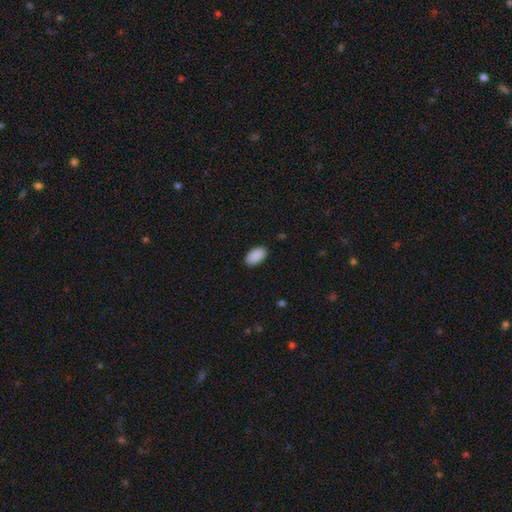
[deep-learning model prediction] Smooth or featured?
  - smooth: 91% *
  - star or artifact: 7%
  - featured or disk: 3%
How rounded?
  - in between: 95% *
  - round: 4%
  - cigar-shaped: 1%
Merging?
  - none: 89% *
  - minor disturbance: 8%
  - major disturbance: 2%
  - merger: 1%